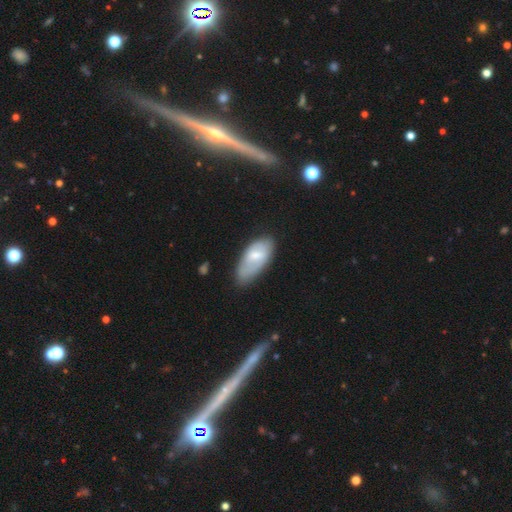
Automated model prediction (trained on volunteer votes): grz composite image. It shows a smooth galaxy with no disk features (59%) that is in between round and cigar-shaped (89%). Merging: none (56%).